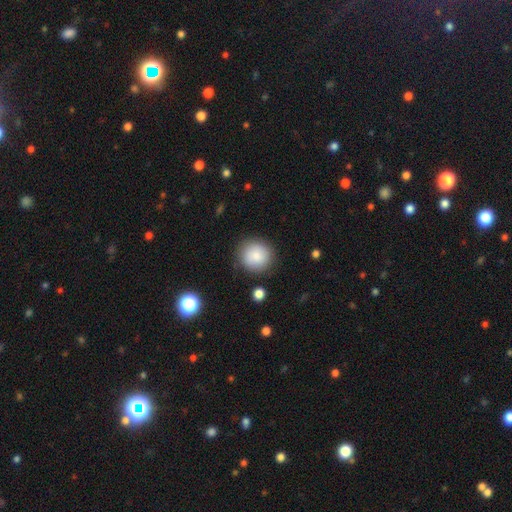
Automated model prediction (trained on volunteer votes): A smooth galaxy with no disk features (86%) that is round (92%).

Vote fractions:
- Smooth or featured? smooth: 86% / star or artifact: 8% / featured or disk: 6%
- How rounded? round: 92% / in between: 7% / cigar-shaped: 1%
- Merging? none: 86% / minor disturbance: 9% / major disturbance: 3% / merger: 2%